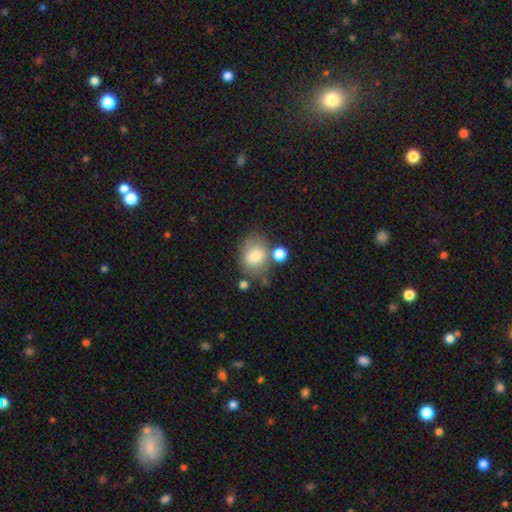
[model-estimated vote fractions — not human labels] Morphology: type=smooth (76%); roundness=in between (50%); merging=none (56%).